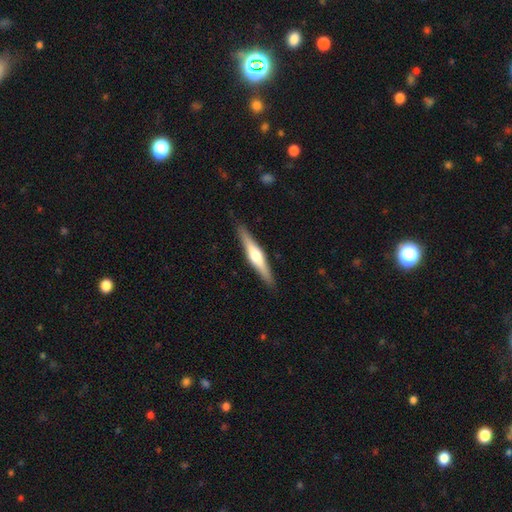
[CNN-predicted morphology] Smooth or featured: featured or disk — 61% (smooth — 34%)
Edge-on disk: yes — 97% (no — 3%)
Edge-on bulge: rounded — 88% (boxy — 7%)
Merging: none — 90% (minor disturbance — 7%)